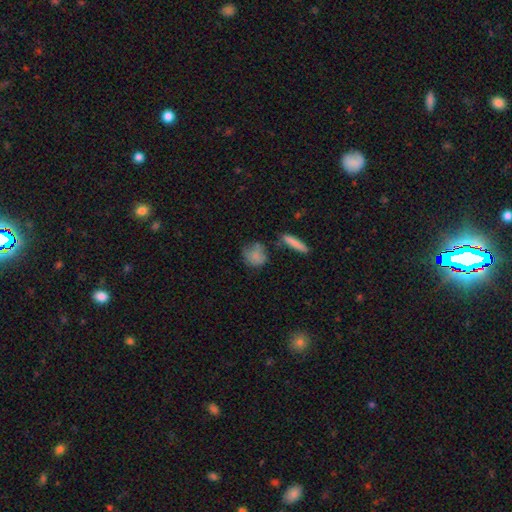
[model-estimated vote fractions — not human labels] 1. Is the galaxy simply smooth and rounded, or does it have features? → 74% smooth, 16% featured or disk, 9% star or artifact.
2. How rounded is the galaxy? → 62% round, 33% in between, 5% cigar-shaped.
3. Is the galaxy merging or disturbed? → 52% none, 25% minor disturbance, 13% major disturbance, 10% merger.